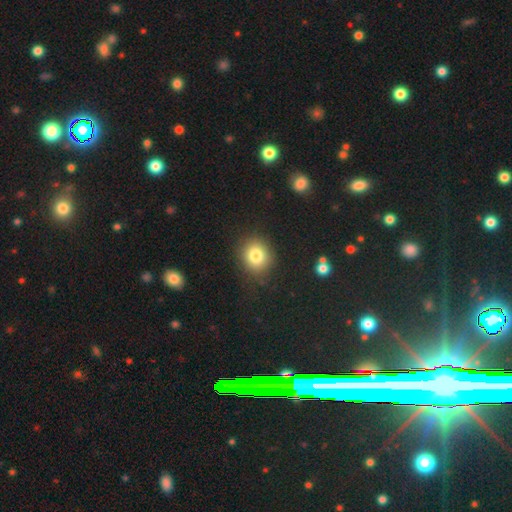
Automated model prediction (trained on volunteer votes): Q: Smooth or featured?
A: smooth (80%); runner-up: star or artifact (12%)
Q: How rounded?
A: round (79%); runner-up: in between (20%)
Q: Merging?
A: none (86%); runner-up: minor disturbance (9%)